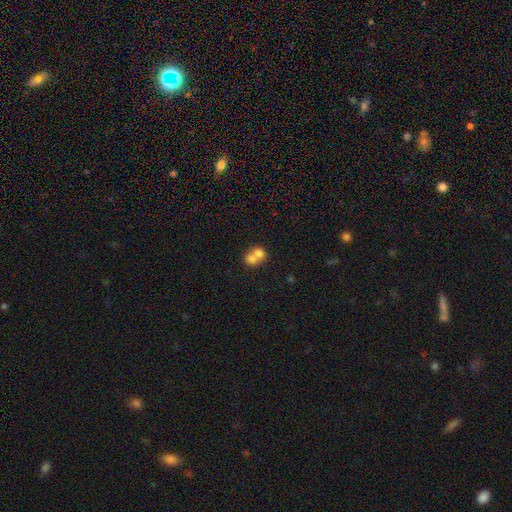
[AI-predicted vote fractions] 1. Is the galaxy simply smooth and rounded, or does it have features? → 72% smooth, 19% featured or disk, 9% star or artifact.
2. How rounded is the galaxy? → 66% round, 33% in between, 1% cigar-shaped.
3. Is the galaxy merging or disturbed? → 73% merger, 20% none, 4% minor disturbance, 2% major disturbance.